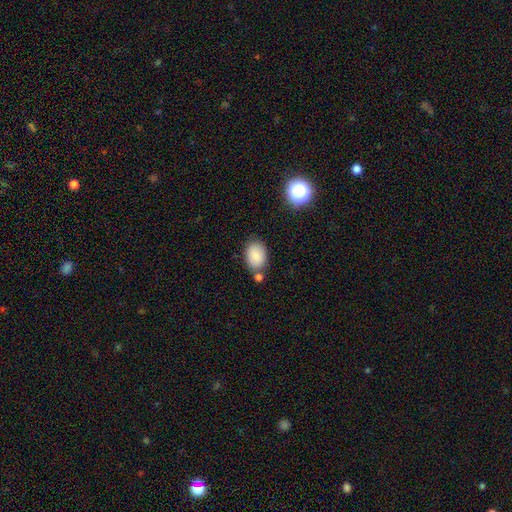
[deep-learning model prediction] smooth 84%, star or artifact 8%, featured or disk 7%. Down the decision tree: how rounded — in between (80%); merging — none (71%).